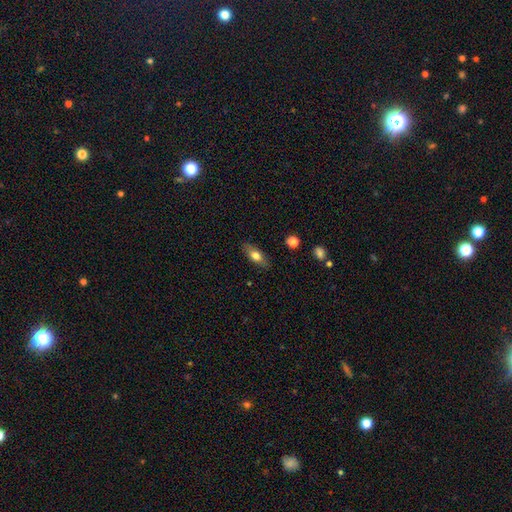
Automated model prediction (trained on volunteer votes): This appears to be a smooth galaxy with no disk features (71%) that is in between round and cigar-shaped (76%). Merging: none (85%).